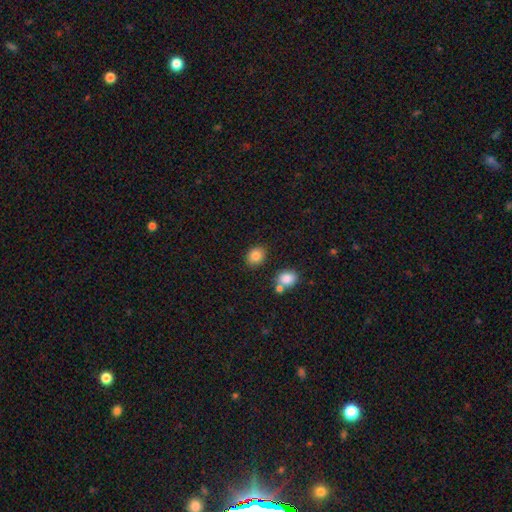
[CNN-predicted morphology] smooth-or-featured: smooth: 85% | star or artifact: 9% | featured or disk: 6%
  how-rounded: round: 51% | in between: 48% | cigar-shaped: 1%
  merging: none: 82% | minor disturbance: 10% | merger: 5% | major disturbance: 3%